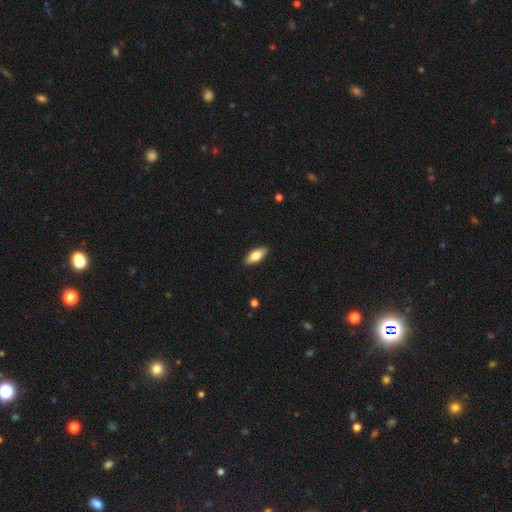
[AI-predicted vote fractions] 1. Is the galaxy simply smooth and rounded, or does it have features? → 77% smooth, 17% featured or disk, 6% star or artifact.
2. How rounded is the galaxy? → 80% in between, 17% cigar-shaped, 2% round.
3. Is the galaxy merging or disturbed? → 89% none, 8% minor disturbance, 2% major disturbance, 1% merger.